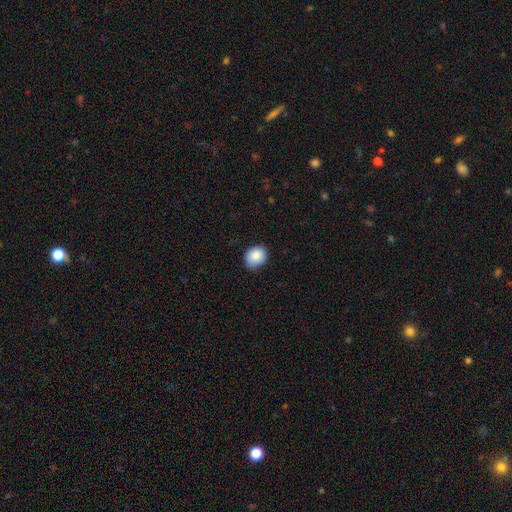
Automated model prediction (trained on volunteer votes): The model was most divided on "how rounded": round: 62%, in between: 38%, cigar-shaped: 1%. More confident: smooth or featured — smooth (87%); merging — none (78%).